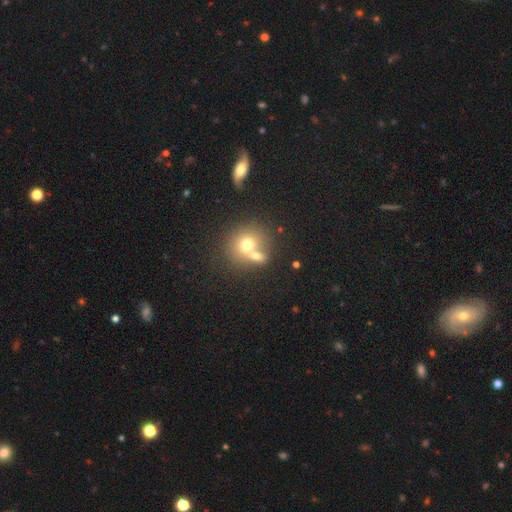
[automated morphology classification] The model was most divided on "merging": merger: 55%, none: 33%, minor disturbance: 7%, major disturbance: 4%. More confident: how rounded — round (72%); smooth or featured — smooth (68%).